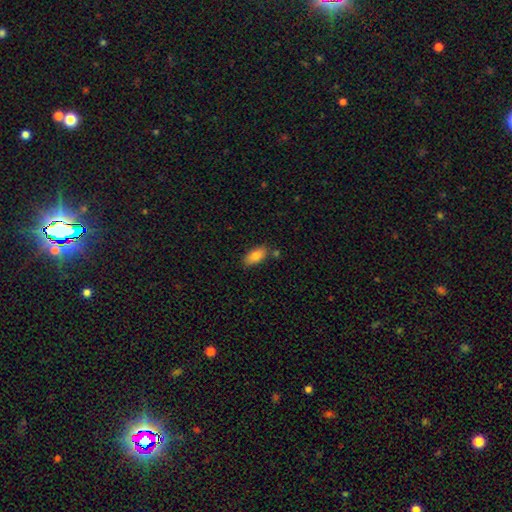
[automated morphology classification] Smooth or featured: smooth — 84% (featured or disk — 9%)
How rounded: in between — 89% (cigar-shaped — 8%)
Merging: none — 76% (minor disturbance — 14%)